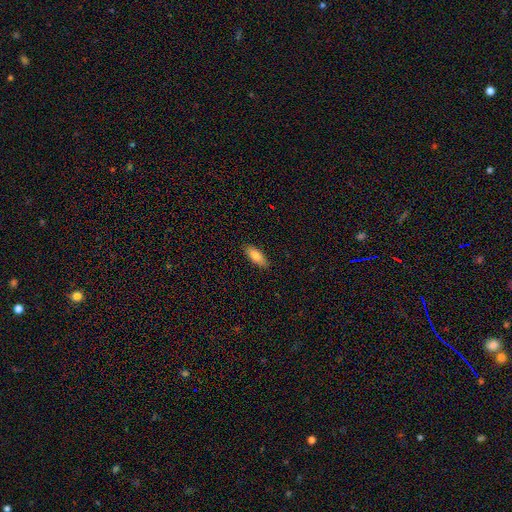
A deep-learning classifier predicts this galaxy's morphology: This is clearly a smooth galaxy (83%). How rounded: likely in between (71%). Merging: clearly none (87%).